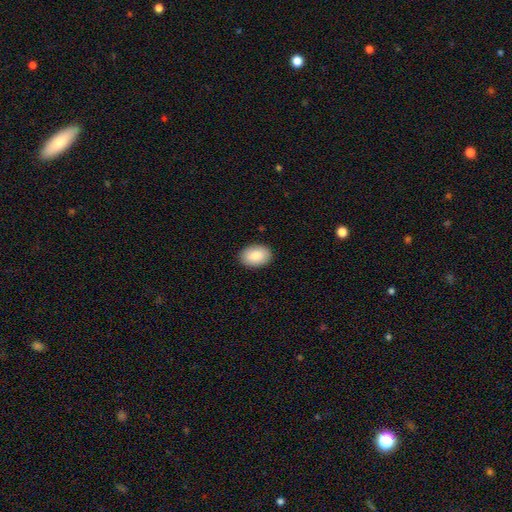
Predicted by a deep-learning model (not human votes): Q: Smooth or featured?
A: smooth (87%); runner-up: featured or disk (7%)
Q: How rounded?
A: in between (87%); runner-up: round (12%)
Q: Merging?
A: none (90%); runner-up: minor disturbance (7%)